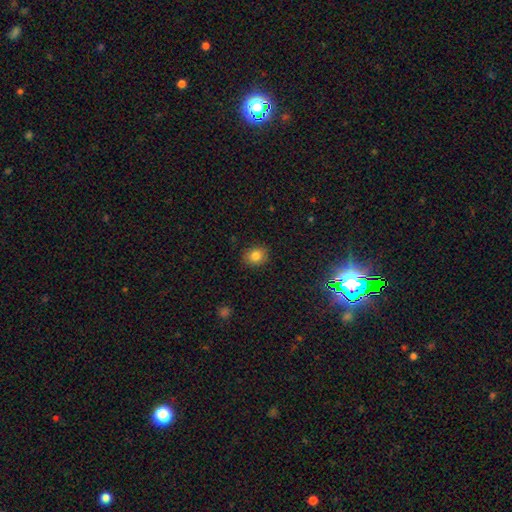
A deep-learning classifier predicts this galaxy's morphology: Smooth or featured? Predicted: smooth (p=0.82). How rounded? Predicted: round (p=0.59). Merging? Predicted: none (p=0.88).